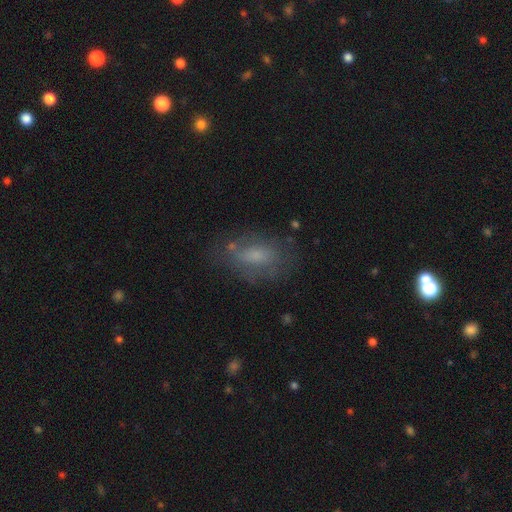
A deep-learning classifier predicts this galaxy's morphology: smooth 52%, featured or disk 38%, star or artifact 10%. Down the decision tree: how rounded — in between (85%); merging — none (61%).